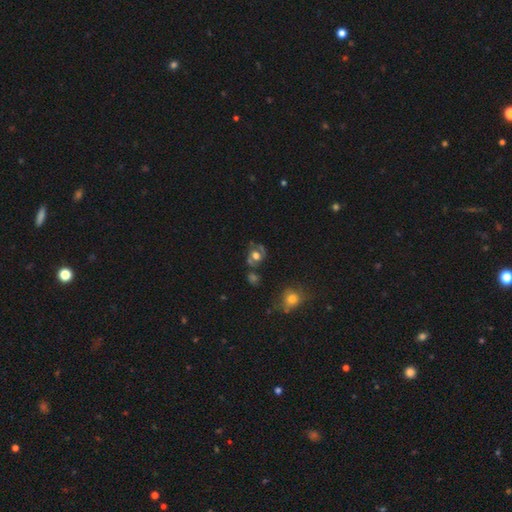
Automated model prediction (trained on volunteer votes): Overall: featured or disk (50%; smooth 38%). Edge-on disk: no (96%). Merging: none (54%; minor disturbance 19%).